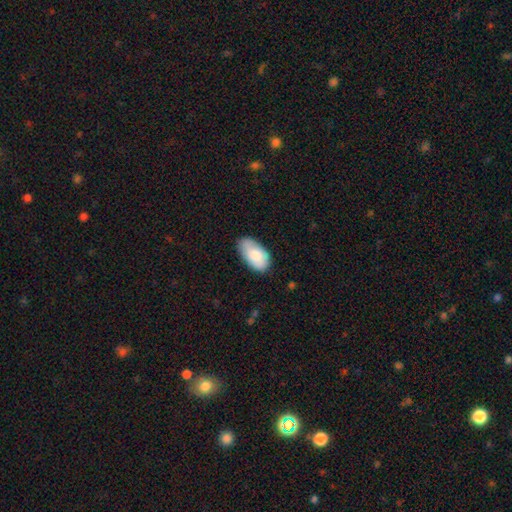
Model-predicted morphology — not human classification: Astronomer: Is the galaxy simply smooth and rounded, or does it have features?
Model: smooth — 78%.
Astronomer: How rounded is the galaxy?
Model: in between — 95%.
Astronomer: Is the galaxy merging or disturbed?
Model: none — 71%.